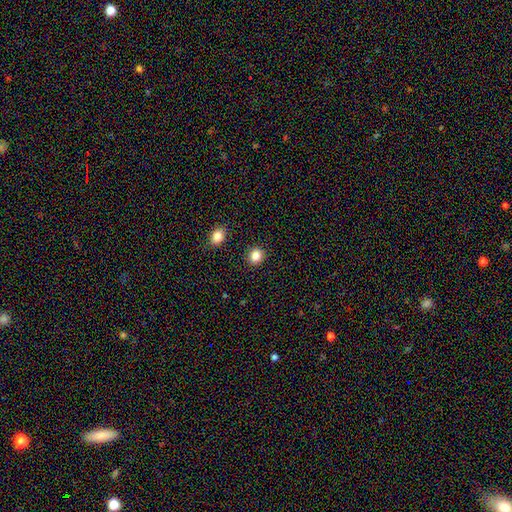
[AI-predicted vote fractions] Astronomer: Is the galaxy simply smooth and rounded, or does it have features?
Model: smooth — 85%.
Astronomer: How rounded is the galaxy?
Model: round — 80%.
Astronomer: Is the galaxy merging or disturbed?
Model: none — 91%.